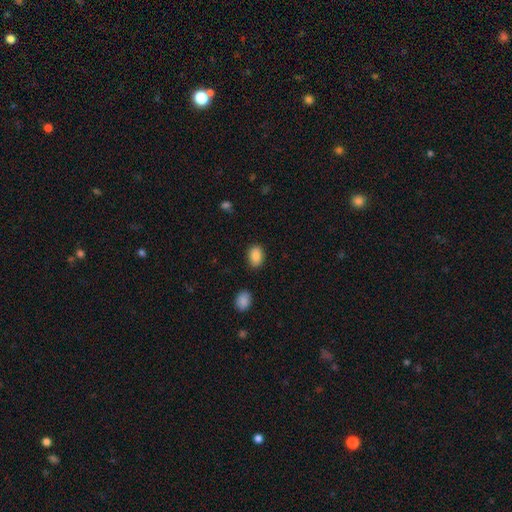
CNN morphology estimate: This is clearly a smooth galaxy (89%). How rounded: clearly in between (83%). Merging: clearly none (85%).